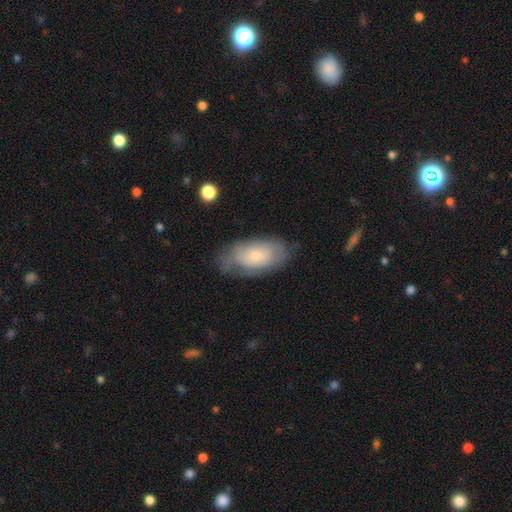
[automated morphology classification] This is likely a smooth galaxy (61%). How rounded: clearly in between (93%). Merging: likely none (61%).